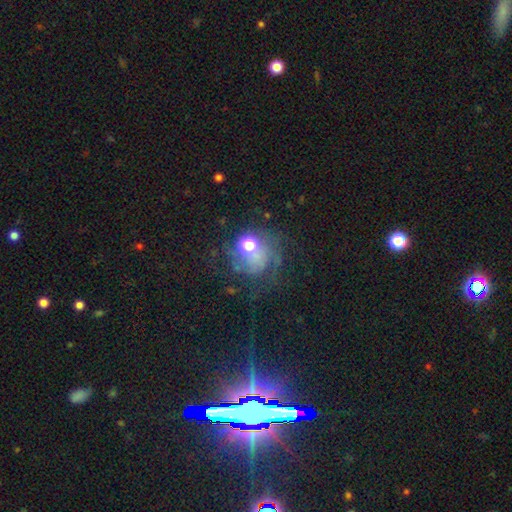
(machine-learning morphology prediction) smooth_or_featured: featured or disk (p=0.41) [alt: smooth p=0.37]
merging: none (p=0.48) [alt: major disturbance p=0.27]